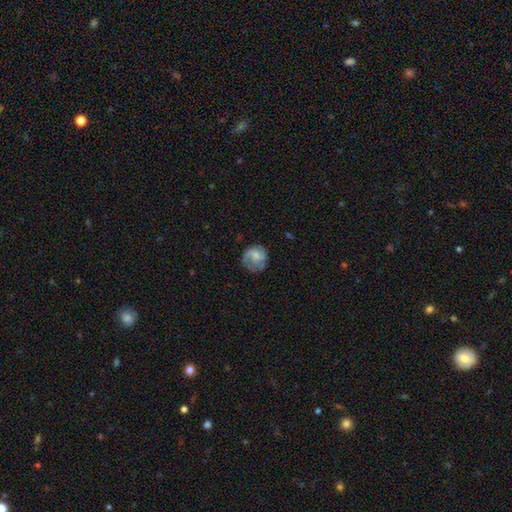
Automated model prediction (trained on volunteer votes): Smooth or featured? featured or disk (59%)
Edge-on disk? no (98%)
Bar? no (60%)
Spiral arms? yes (84%)
Bulge size? small (42%)
Merging? none (61%)